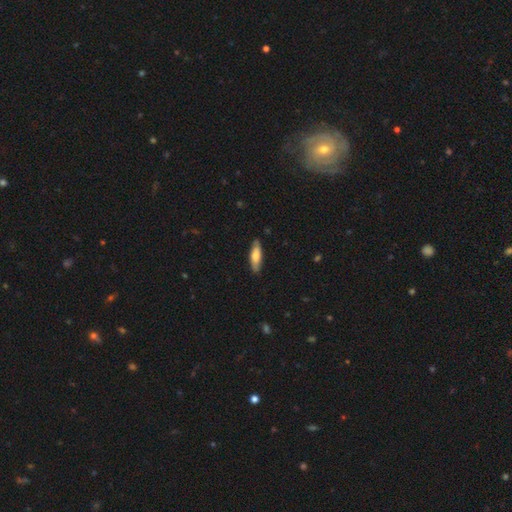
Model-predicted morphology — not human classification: The model was most divided on "how rounded": cigar-shaped: 56%, in between: 42%, round: 2%. More confident: merging — none (84%); smooth or featured — smooth (69%).